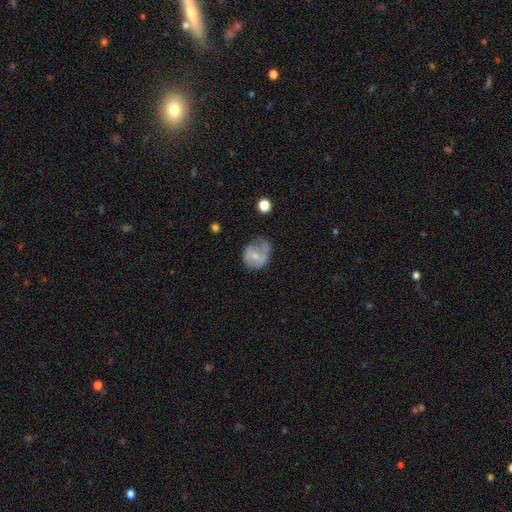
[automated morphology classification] Smooth or featured?
  - featured or disk: 46% * (tied)
  - smooth: 46% * (tied)
  - star or artifact: 8%
Merging?
  - none: 37% *
  - minor disturbance: 31%
  - major disturbance: 28%
  - merger: 4%